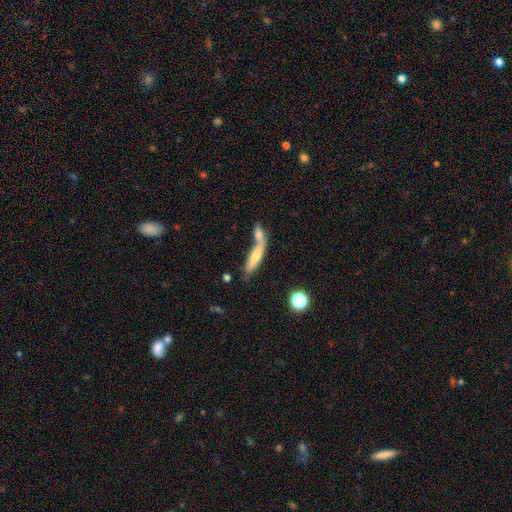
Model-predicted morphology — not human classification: Q: Smooth or featured?
A: smooth (66%); runner-up: featured or disk (26%)
Q: How rounded?
A: cigar-shaped (67%); runner-up: in between (31%)
Q: Merging?
A: merger (57%); runner-up: none (29%)